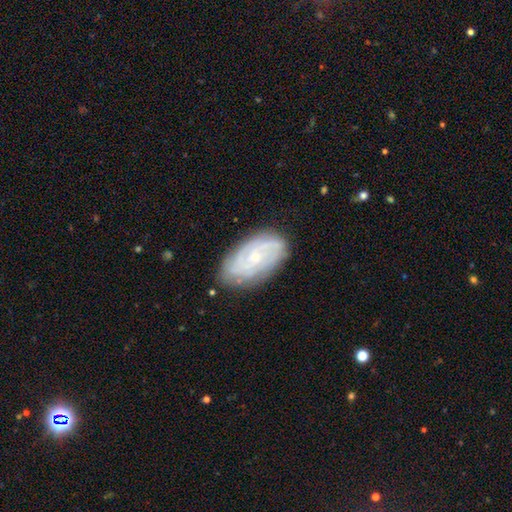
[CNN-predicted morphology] smooth-or-featured: featured or disk: 62% | smooth: 27% | star or artifact: 10%
  disk-edge-on: no: 93% | yes: 7%
    bar: no: 75% | weak: 20% | strong: 4%
    has-spiral-arms: yes: 82% | no: 18%
    bulge-size: small: 71% | moderate: 25% | none: 2% | large: 1% | dominant: 1%
  merging: none: 80% | minor disturbance: 15% | major disturbance: 4% | merger: 1%